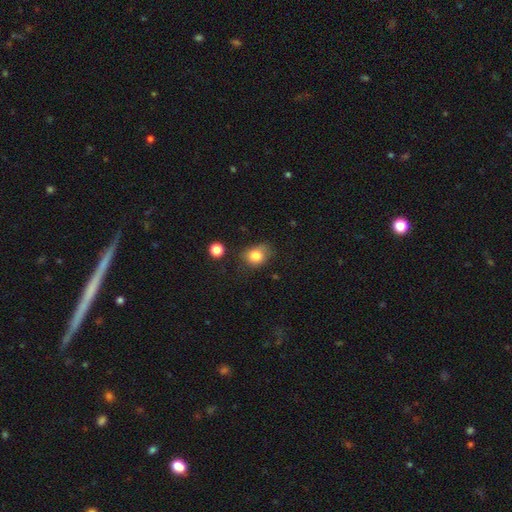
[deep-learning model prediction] This is clearly a smooth galaxy (81%). How rounded: possibly in between (51%). Merging: possibly none (54%).